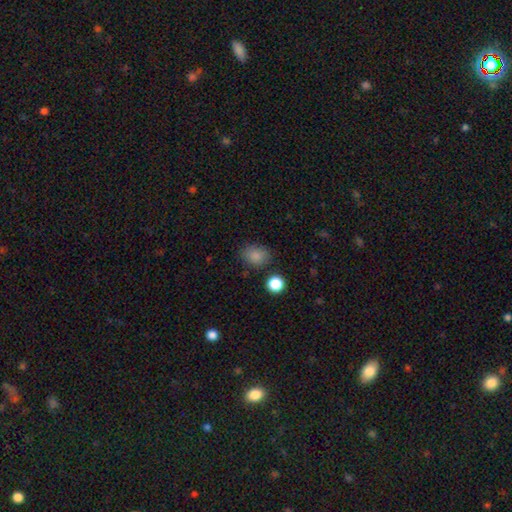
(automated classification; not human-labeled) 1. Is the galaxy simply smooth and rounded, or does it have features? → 85% smooth, 10% star or artifact, 5% featured or disk.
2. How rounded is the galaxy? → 57% in between, 42% round, 1% cigar-shaped.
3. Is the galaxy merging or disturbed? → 77% none, 15% minor disturbance, 4% major disturbance, 3% merger.